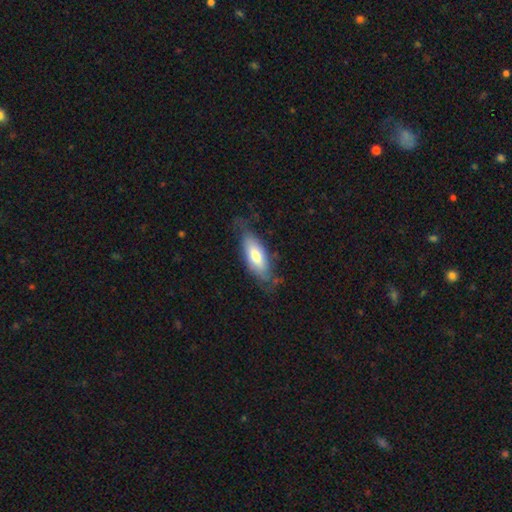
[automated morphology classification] smooth 63%, featured or disk 31%, star or artifact 6%. Down the decision tree: how rounded — in between (73%); merging — none (64%).